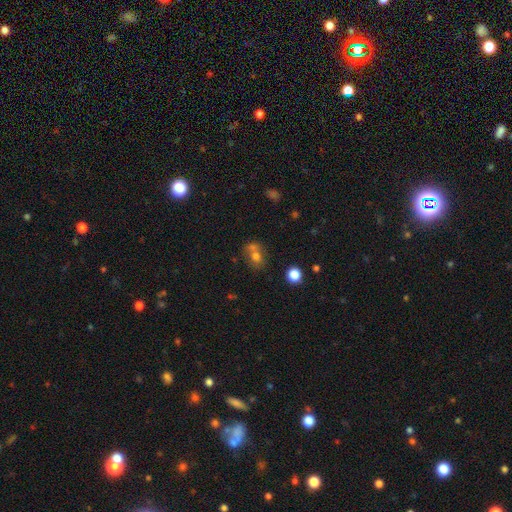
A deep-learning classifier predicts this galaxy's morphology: smooth 69%, featured or disk 16%, star or artifact 15%. Down the decision tree: how rounded — round (61%); merging — merger (46%).